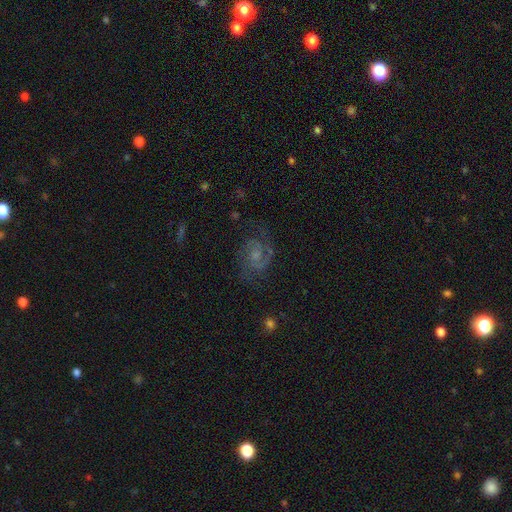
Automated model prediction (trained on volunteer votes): featured or disk 76%, smooth 12%, star or artifact 12%. Down the decision tree: edge-on disk — no (98%); bar — no (61%); spiral arms — yes (94%); spiral arm count — 2 (78%); spiral winding — medium (50%); bulge size — small (44%); merging — none (71%).